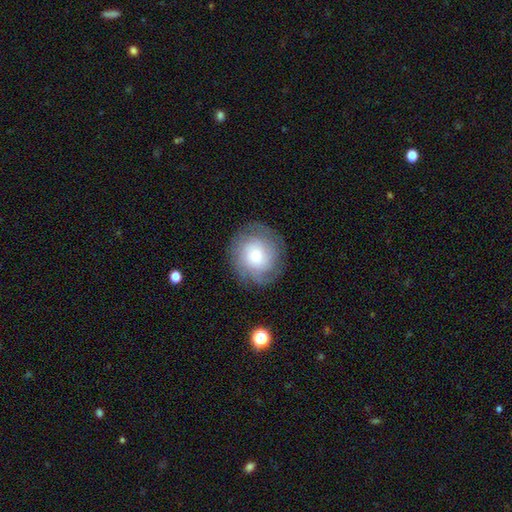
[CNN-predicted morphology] smooth_or_featured: featured or disk (p=0.55) [alt: smooth p=0.36]
disk_edge_on: no (p=0.97) [alt: yes p=0.03]
bar: no (p=0.79) [alt: weak p=0.18]
has_spiral_arms: yes (p=0.87) [alt: no p=0.13]
bulge_size: moderate (p=0.44) [alt: small p=0.37]
merging: none (p=0.81) [alt: minor disturbance p=0.12]